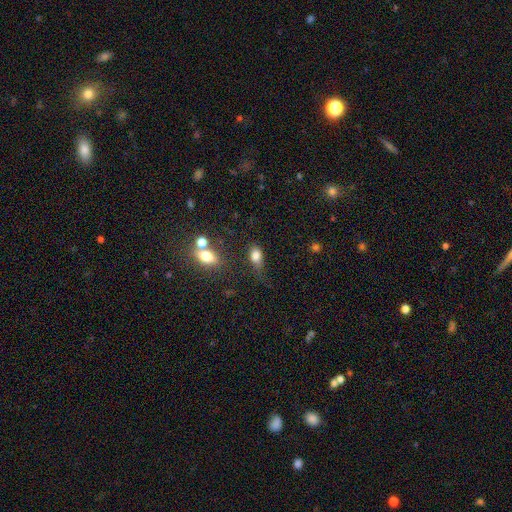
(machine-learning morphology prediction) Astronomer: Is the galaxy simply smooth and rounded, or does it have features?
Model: smooth — 80%.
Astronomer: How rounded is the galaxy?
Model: in between — 81%.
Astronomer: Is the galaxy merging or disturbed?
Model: none — 50% (runner-up: minor disturbance, 29%).